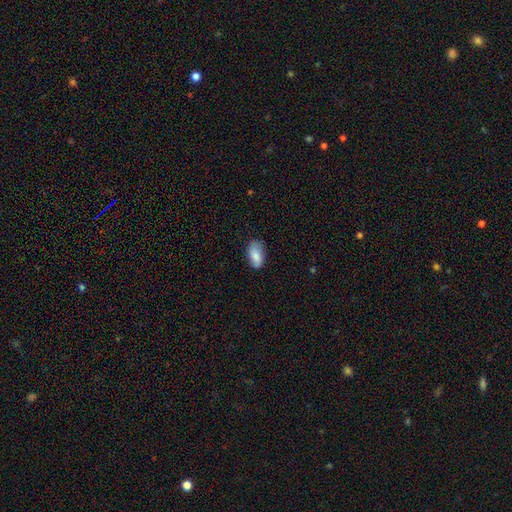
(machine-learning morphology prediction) Overall: smooth (80%). How rounded: in between (93%). Merging: none (72%).